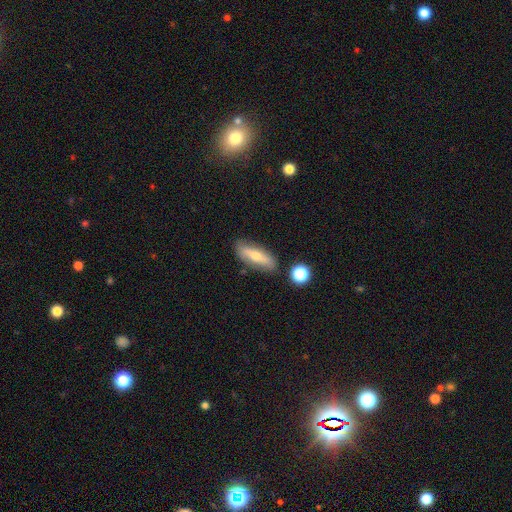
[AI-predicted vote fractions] smooth_or_featured: smooth (p=0.51) [alt: featured or disk p=0.39]
how_rounded: cigar-shaped (p=0.52) [alt: in between p=0.45]
merging: none (p=0.83) [alt: minor disturbance p=0.12]